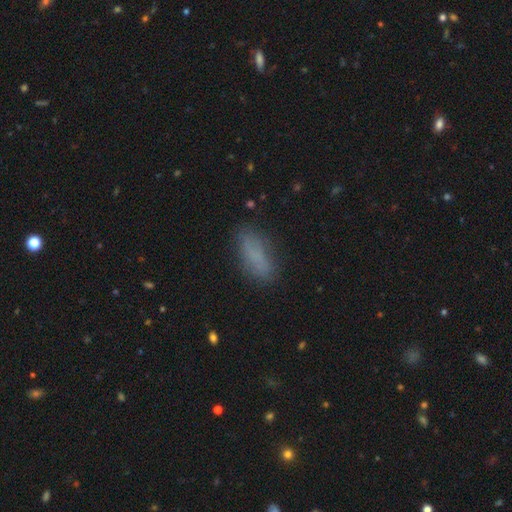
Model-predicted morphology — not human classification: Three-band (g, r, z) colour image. It shows a smooth galaxy with no disk features (78%) that is in between round and cigar-shaped (67%). Merging: none (79%).